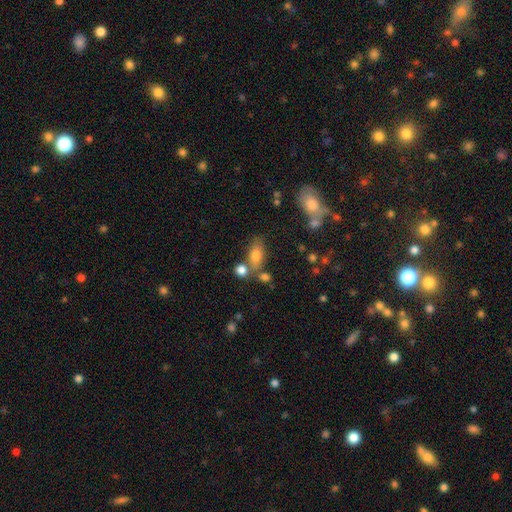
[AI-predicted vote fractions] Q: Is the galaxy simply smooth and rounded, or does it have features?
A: smooth — 76%.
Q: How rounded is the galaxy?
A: in between — 82%.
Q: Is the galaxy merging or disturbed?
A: none — 58%.